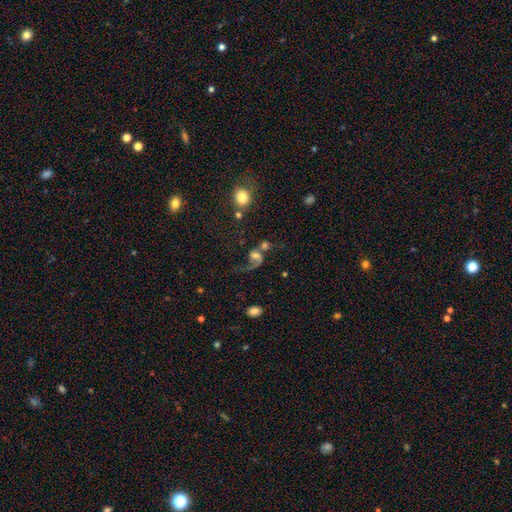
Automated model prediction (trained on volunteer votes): featured or disk 56%, smooth 32%, star or artifact 12%. Down the decision tree: edge-on disk — no (97%); bar — no (67%); spiral arms — yes (80%); bulge size — moderate (43%); merging — major disturbance (35%, tied with merger).